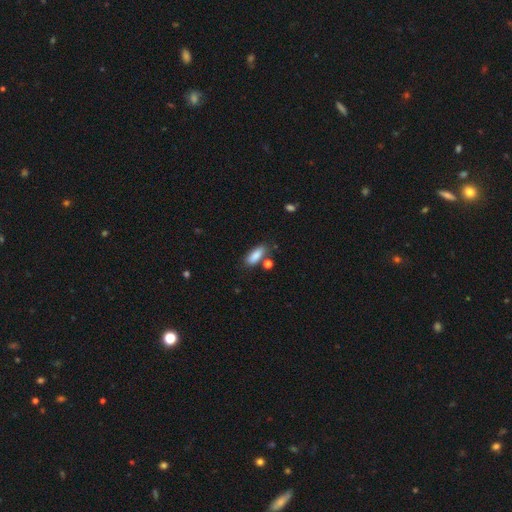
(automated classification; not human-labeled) Smooth or featured: smooth — 86% (star or artifact — 7%)
How rounded: in between — 75% (cigar-shaped — 22%)
Merging: none — 72% (minor disturbance — 15%)